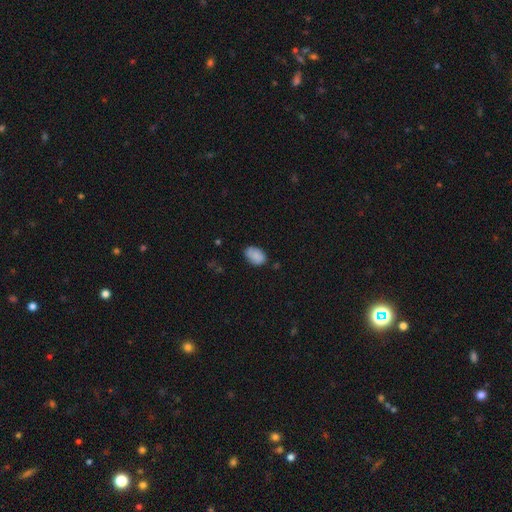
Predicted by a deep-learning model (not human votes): Smooth or featured: smooth — 86% (star or artifact — 8%)
How rounded: in between — 88% (round — 11%)
Merging: none — 74% (minor disturbance — 20%)